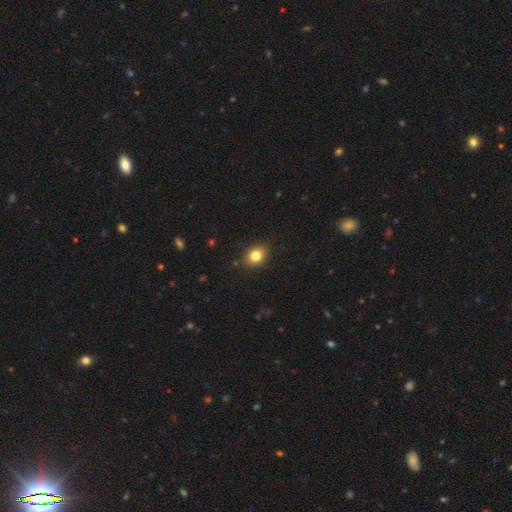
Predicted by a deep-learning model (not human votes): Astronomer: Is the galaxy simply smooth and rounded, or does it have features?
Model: smooth — 82%.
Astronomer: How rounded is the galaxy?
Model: in between — 59% (runner-up: round, 40%).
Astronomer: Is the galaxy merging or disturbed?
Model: none — 86%.